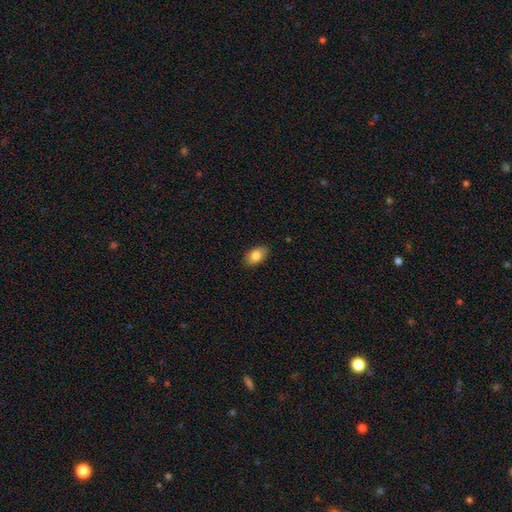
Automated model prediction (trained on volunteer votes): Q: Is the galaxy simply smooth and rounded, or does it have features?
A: smooth — 83%.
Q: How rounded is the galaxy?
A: in between — 91%.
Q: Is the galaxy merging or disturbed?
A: none — 87%.